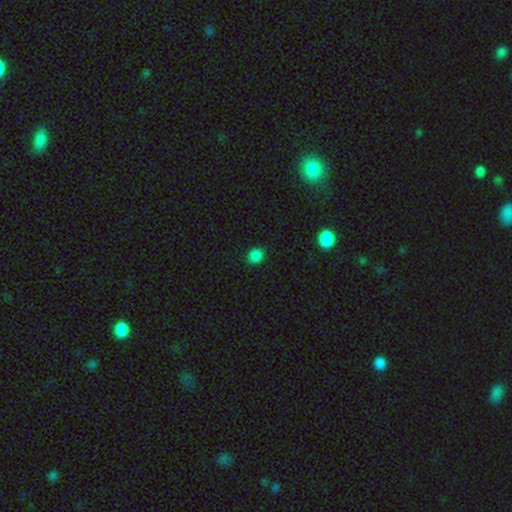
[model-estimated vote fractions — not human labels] Q: Smooth or featured?
A: smooth (84%); runner-up: star or artifact (14%)
Q: How rounded?
A: round (64%); runner-up: in between (35%)
Q: Merging?
A: none (87%); runner-up: minor disturbance (9%)